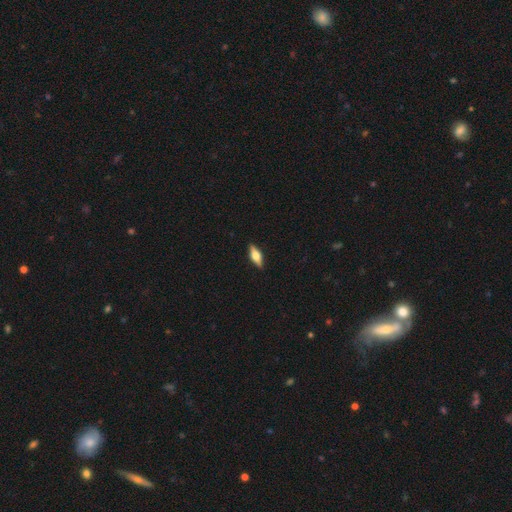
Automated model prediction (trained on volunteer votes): A featured or disk galaxy (48%). Merging: none (89%).